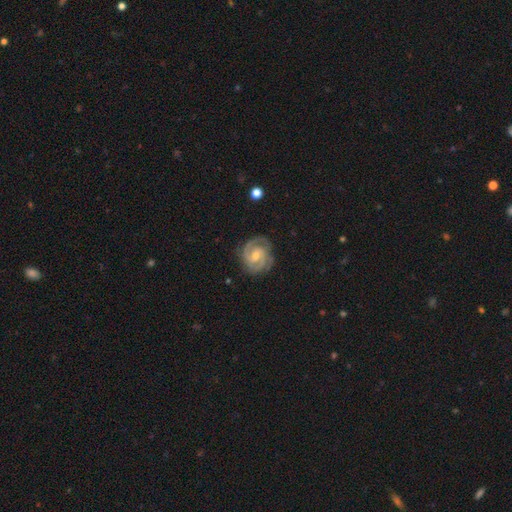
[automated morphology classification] Smooth or featured?
  - featured or disk: 90% *
  - smooth: 6%
  - star or artifact: 4%
Edge-on disk?
  - no: 98% *
  - yes: 2%
Bar?
  - weak: 47% *
  - no: 42%
  - strong: 11%
Spiral arms?
  - yes: 98% *
  - no: 2%
Spiral winding?
  - tight: 67% *
  - medium: 29%
  - loose: 4%
Spiral arm count?
  - 2: 59% *
  - 3: 24%
  - can't tell: 8%
  - 4: 4%
  - 1: 3%
  - more than 4: 3%
Bulge size?
  - small: 49% *
  - moderate: 46%
  - none: 2%
  - large: 2%
  - dominant: 1%
Merging?
  - none: 80% *
  - minor disturbance: 15%
  - major disturbance: 4%
  - merger: 1%